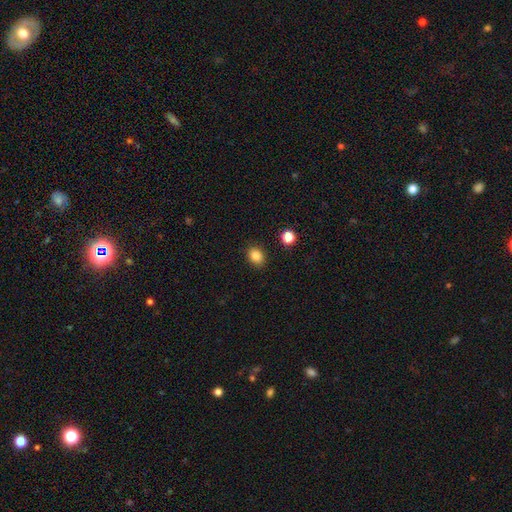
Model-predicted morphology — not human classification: Overall: smooth (85%). How rounded: in between (55%; round 44%). Merging: none (88%).